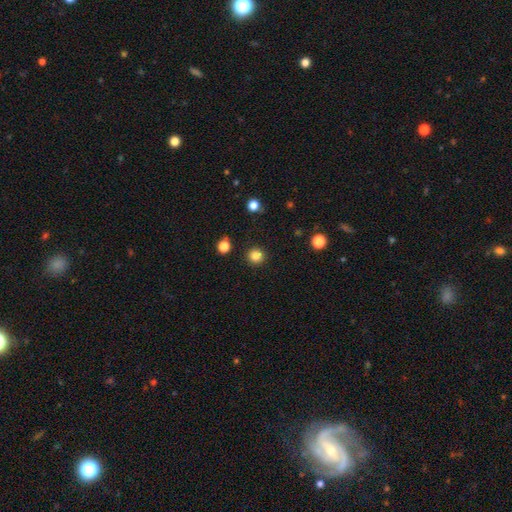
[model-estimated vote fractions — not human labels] Smooth or featured? smooth (84%)
How rounded? round (95%)
Merging? none (92%)